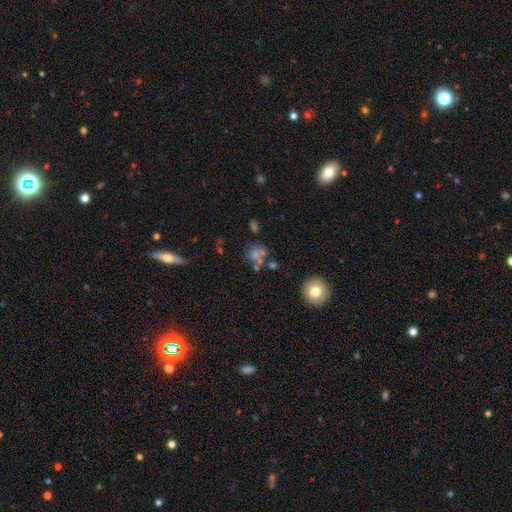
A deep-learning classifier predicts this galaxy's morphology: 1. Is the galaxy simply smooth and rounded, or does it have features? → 61% smooth, 19% featured or disk, 19% star or artifact.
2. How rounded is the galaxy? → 70% round, 29% in between, 1% cigar-shaped.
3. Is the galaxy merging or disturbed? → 46% none, 29% merger, 14% minor disturbance, 10% major disturbance.